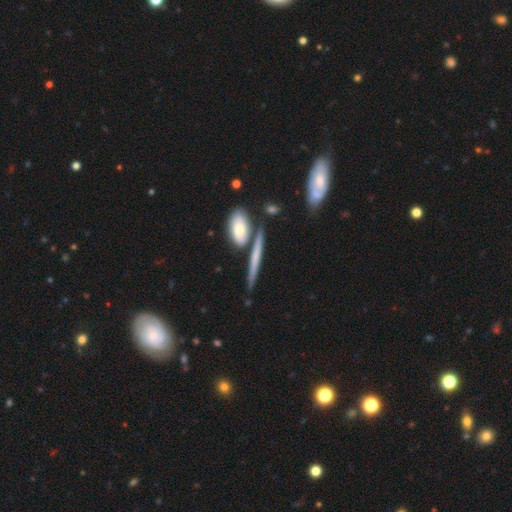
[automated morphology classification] A featured or disk galaxy (48%). Merging: none (71%).